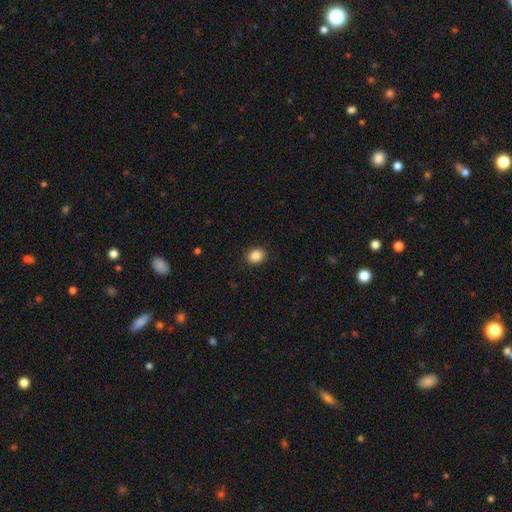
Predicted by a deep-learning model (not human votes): Smooth or featured? Predicted: smooth (p=0.87). How rounded? Predicted: round (p=0.52). Merging? Predicted: none (p=0.91).